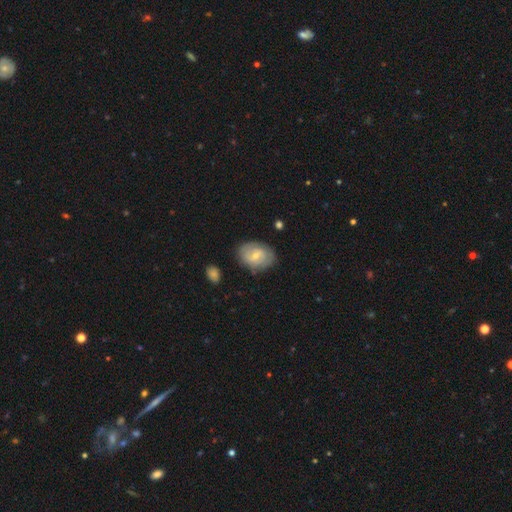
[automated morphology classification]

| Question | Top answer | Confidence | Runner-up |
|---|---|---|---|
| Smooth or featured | featured or disk | 54% | smooth (39%) |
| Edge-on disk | no | 96% | yes (4%) |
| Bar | weak | 51% | no (38%) |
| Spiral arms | yes | 70% | no (30%) |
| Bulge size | small | 60% | moderate (36%) |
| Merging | none | 76% | minor disturbance (17%) |